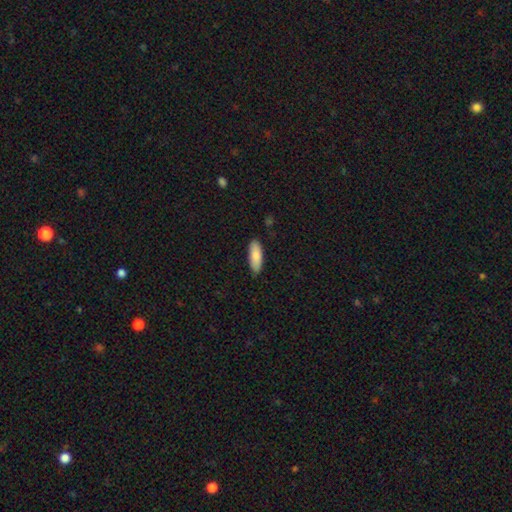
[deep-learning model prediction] Smooth or featured? smooth (87%)
How rounded? in between (67%)
Merging? none (87%)